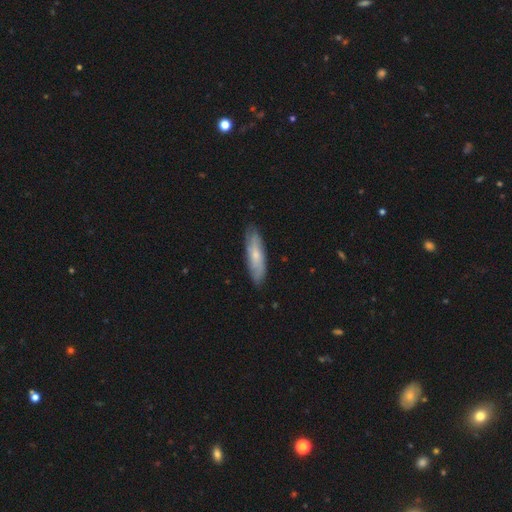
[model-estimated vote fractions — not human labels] Q: Smooth or featured?
A: smooth (50%); runner-up: featured or disk (44%)
Q: How rounded?
A: cigar-shaped (61%); runner-up: in between (37%)
Q: Merging?
A: none (83%); runner-up: minor disturbance (14%)